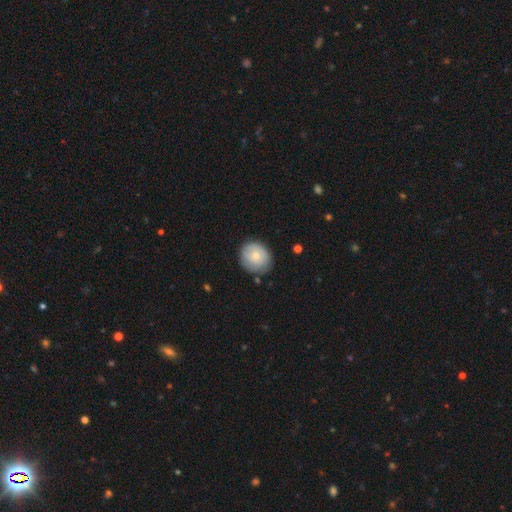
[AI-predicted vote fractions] Smooth or featured?
  - smooth: 69% *
  - featured or disk: 24%
  - star or artifact: 7%
How rounded?
  - round: 78% *
  - in between: 21%
  - cigar-shaped: 1%
Merging?
  - none: 75% *
  - minor disturbance: 19%
  - major disturbance: 4%
  - merger: 2%